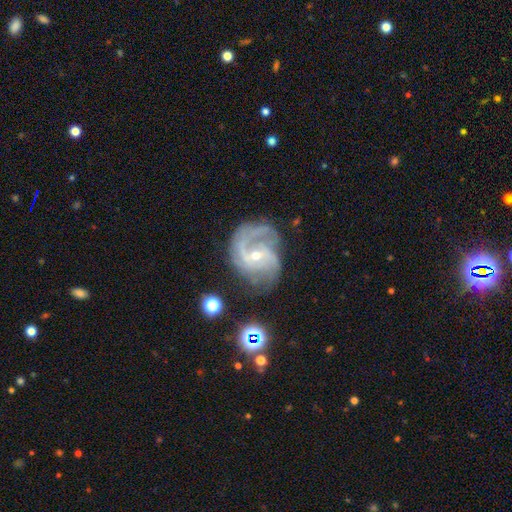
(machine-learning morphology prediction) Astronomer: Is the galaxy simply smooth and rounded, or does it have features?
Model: featured or disk — 88%.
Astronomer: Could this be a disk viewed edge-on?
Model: no — 98%.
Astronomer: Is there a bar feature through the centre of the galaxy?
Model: weak — 46% (runner-up: no, 37%).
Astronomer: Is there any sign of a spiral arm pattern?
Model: yes — 97%.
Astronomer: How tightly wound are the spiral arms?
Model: medium — 52%.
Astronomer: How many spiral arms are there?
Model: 2 — 61%.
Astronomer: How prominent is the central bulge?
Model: small — 67%.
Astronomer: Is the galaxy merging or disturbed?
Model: none — 59%.